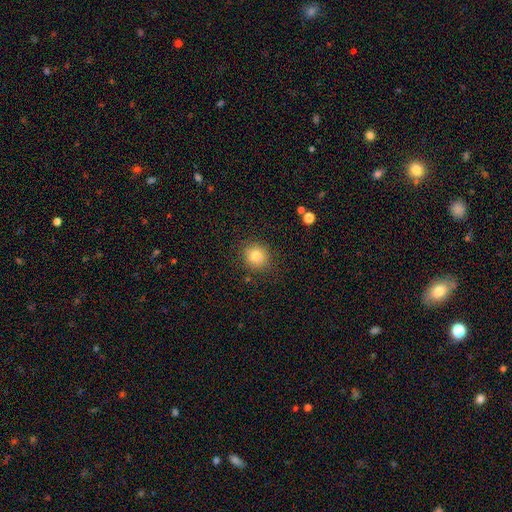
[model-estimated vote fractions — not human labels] Smooth or featured? smooth (80%)
How rounded? round (84%)
Merging? none (86%)